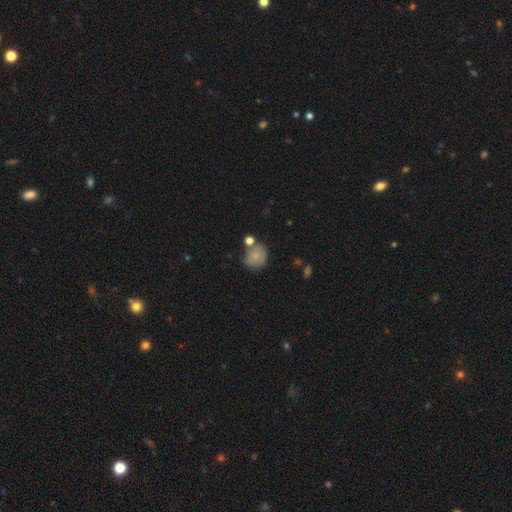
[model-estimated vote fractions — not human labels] Smooth or featured? smooth (74%)
How rounded? round (81%)
Merging? none (55%)